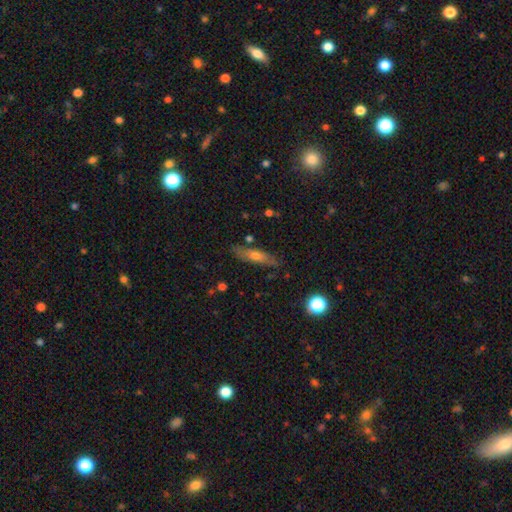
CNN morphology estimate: Smooth or featured? smooth (53%)
How rounded? cigar-shaped (64%)
Merging? none (80%)